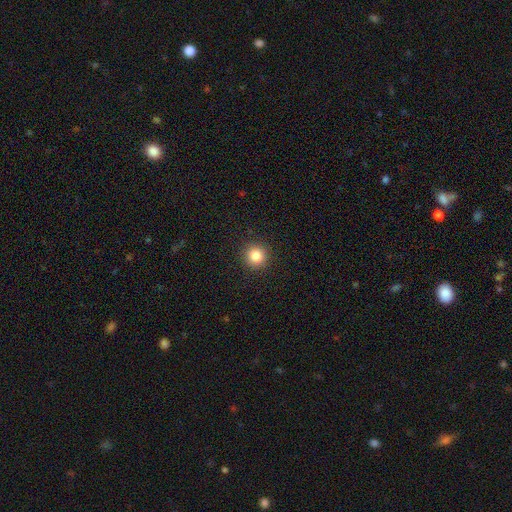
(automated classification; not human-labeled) smooth_or_featured: smooth (p=0.84) [alt: star or artifact p=0.11]
how_rounded: round (p=0.95) [alt: in between p=0.04]
merging: none (p=0.92) [alt: minor disturbance p=0.05]